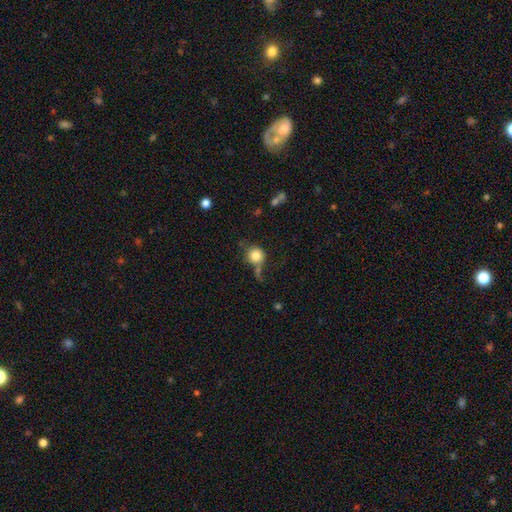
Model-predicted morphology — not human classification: Smooth or featured: smooth — 81% (star or artifact — 10%)
How rounded: round — 90% (in between — 9%)
Merging: none — 52% (minor disturbance — 19%)